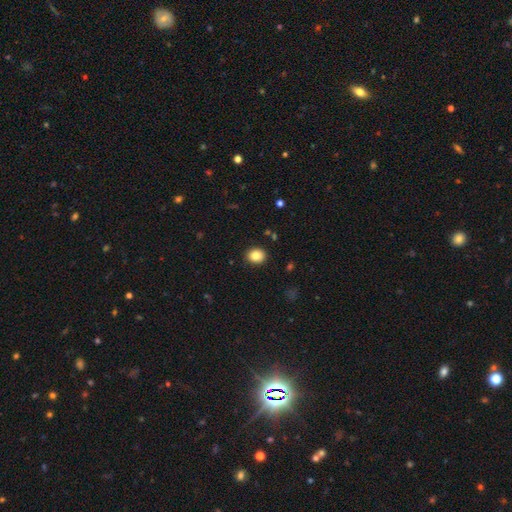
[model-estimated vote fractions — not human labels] Smooth or featured? smooth (84%)
How rounded? round (68%)
Merging? none (90%)